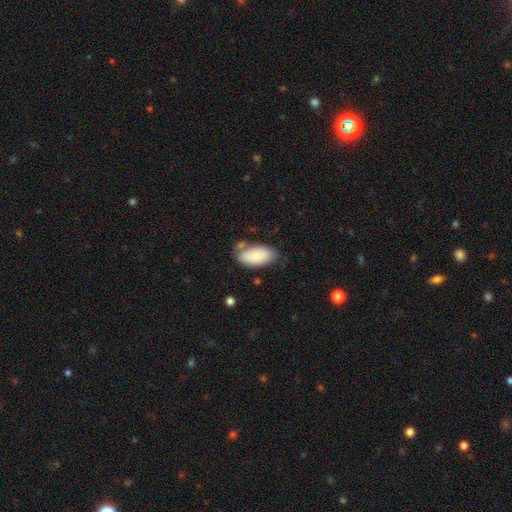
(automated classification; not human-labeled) smooth_or_featured: smooth (p=0.84) [alt: featured or disk p=0.10]
how_rounded: in between (p=0.94) [alt: cigar-shaped p=0.03]
merging: none (p=0.62) [alt: minor disturbance p=0.21]